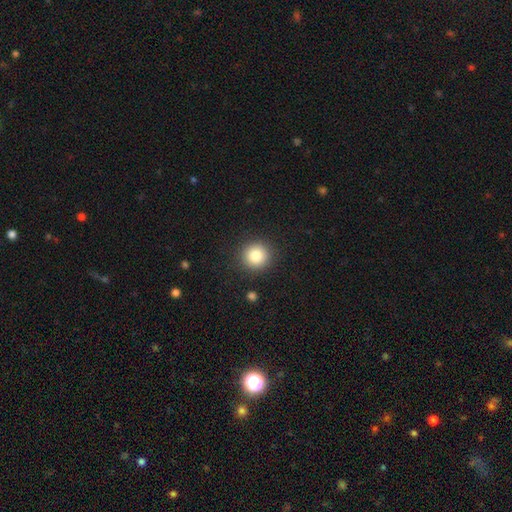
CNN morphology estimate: smooth_or_featured: smooth (p=0.82) [alt: star or artifact p=0.11]
how_rounded: round (p=0.93) [alt: in between p=0.06]
merging: none (p=0.90) [alt: minor disturbance p=0.06]